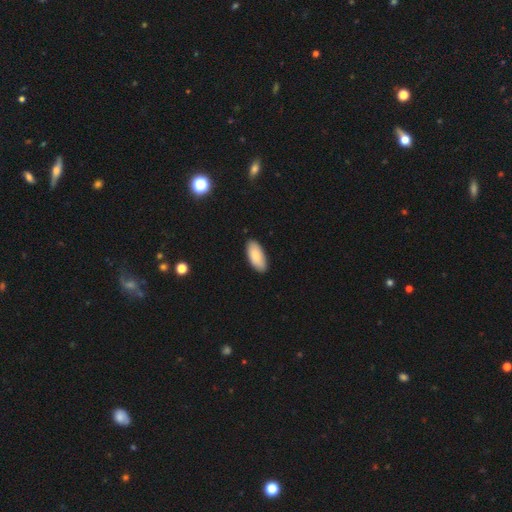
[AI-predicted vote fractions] smooth 85%, featured or disk 10%, star or artifact 6%. Down the decision tree: how rounded — in between (90%); merging — none (88%).